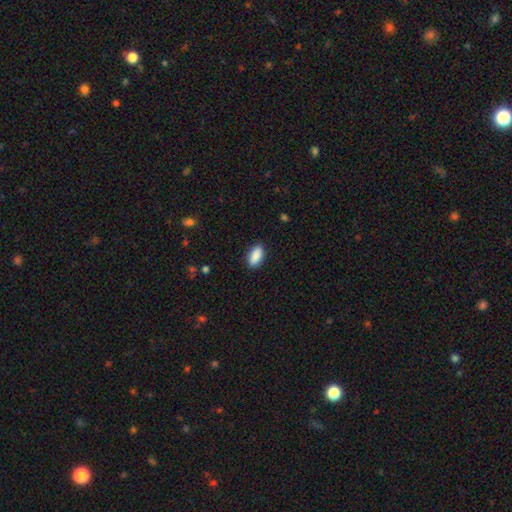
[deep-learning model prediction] Smooth or featured?
  - smooth: 90% *
  - star or artifact: 7%
  - featured or disk: 3%
How rounded?
  - in between: 90% *
  - cigar-shaped: 7%
  - round: 3%
Merging?
  - none: 88% *
  - minor disturbance: 9%
  - major disturbance: 2%
  - merger: 1%